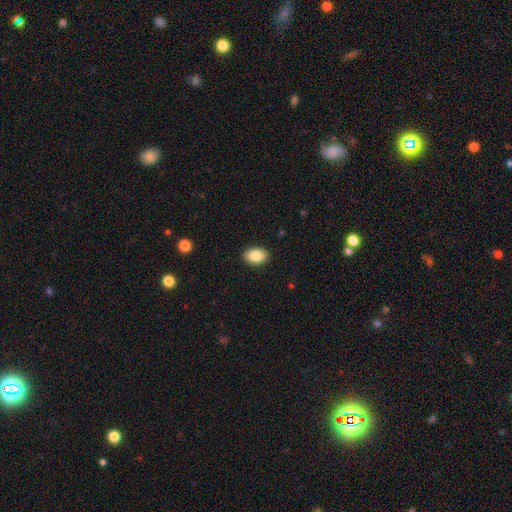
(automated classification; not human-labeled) The model was most divided on "how rounded": in between: 86%, round: 13%, cigar-shaped: 1%. More confident: merging — none (90%); smooth or featured — smooth (86%).